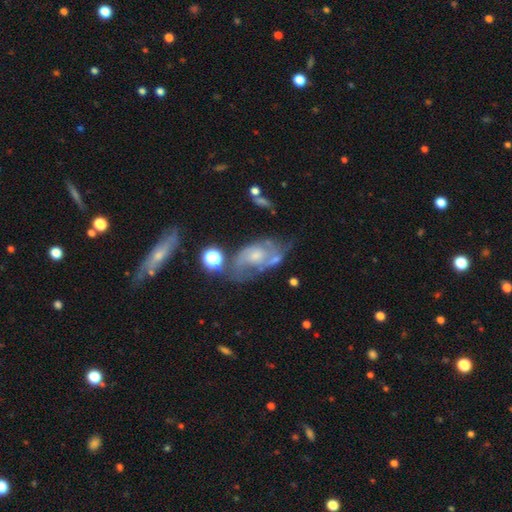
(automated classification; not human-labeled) A featured or disk galaxy (72%) with no bar (65%), 2 (56%) medium (46%) spiral arms (81%) and a small central bulge (48%). Merging: none (48%).